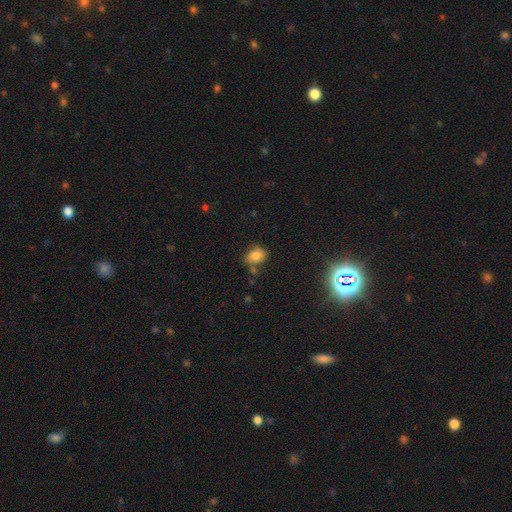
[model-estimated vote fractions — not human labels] Smooth or featured: smooth — 80% (star or artifact — 11%)
How rounded: in between — 63% (round — 36%)
Merging: none — 68% (minor disturbance — 18%)